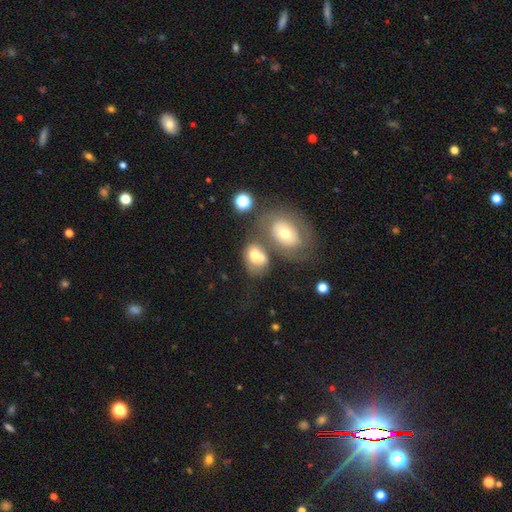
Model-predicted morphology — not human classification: Overall: smooth (61%; featured or disk 27%). How rounded: in between (59%; round 40%). Merging: merger (48%; none 28%).